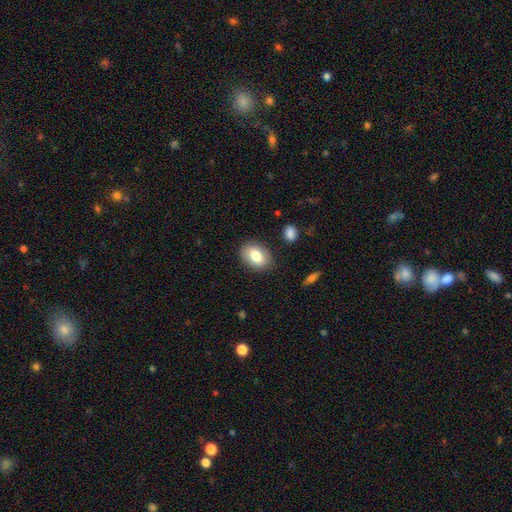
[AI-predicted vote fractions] Smooth or featured? smooth (80%)
How rounded? in between (74%)
Merging? none (85%)